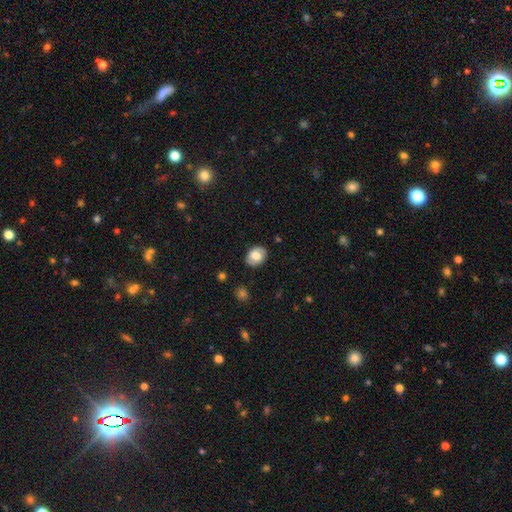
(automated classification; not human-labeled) Q: Smooth or featured?
A: smooth (63%); runner-up: featured or disk (30%)
Q: How rounded?
A: in between (69%); runner-up: round (30%)
Q: Merging?
A: none (84%); runner-up: minor disturbance (12%)